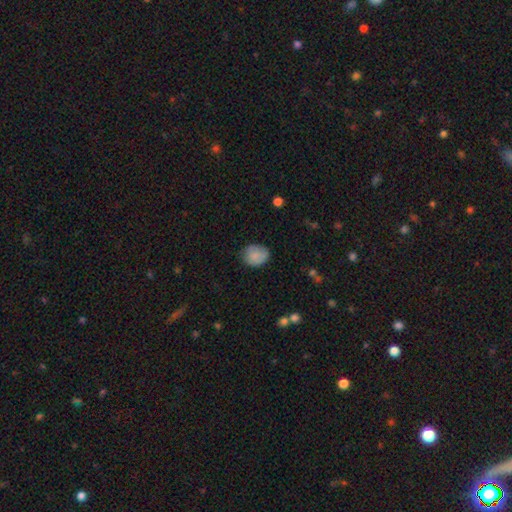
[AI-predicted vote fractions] Morphology: type=smooth (84%); roundness=round (59%); merging=none (74%).